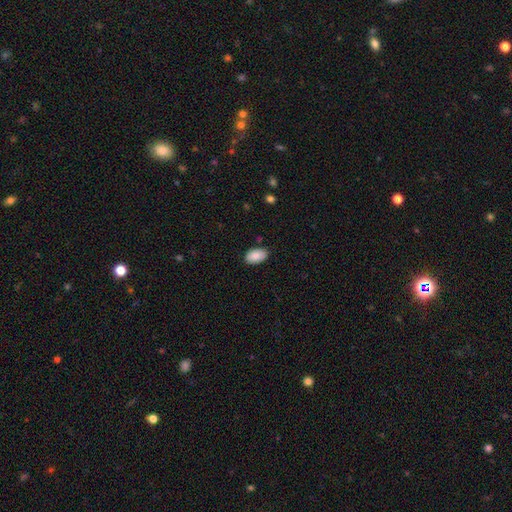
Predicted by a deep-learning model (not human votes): A smooth galaxy with no disk features (87%) that is in between round and cigar-shaped (93%).

Vote fractions:
- Smooth or featured? smooth: 87% / featured or disk: 7% / star or artifact: 7%
- How rounded? in between: 93% / round: 5% / cigar-shaped: 1%
- Merging? none: 85% / minor disturbance: 12% / major disturbance: 2% / merger: 1%